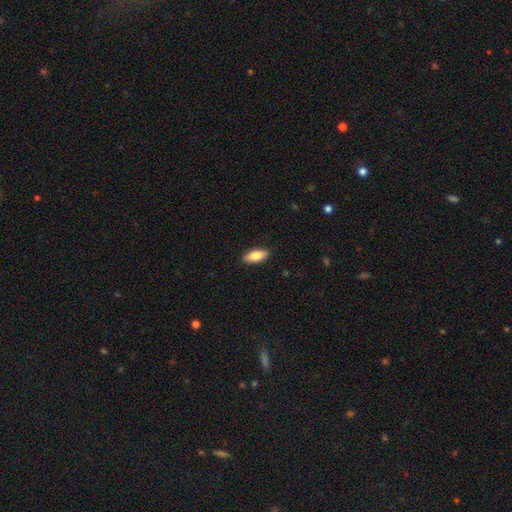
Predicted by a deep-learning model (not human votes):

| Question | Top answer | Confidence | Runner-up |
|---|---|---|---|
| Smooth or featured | smooth | 82% | featured or disk (11%) |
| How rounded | in between | 81% | cigar-shaped (17%) |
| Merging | none | 89% | minor disturbance (8%) |